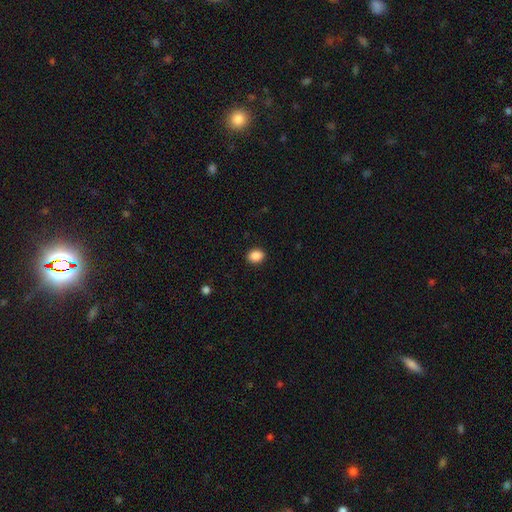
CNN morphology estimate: smooth-or-featured: smooth: 89% | star or artifact: 9% | featured or disk: 3%
  how-rounded: in between: 58% | round: 42% | cigar-shaped: 1%
  merging: none: 90% | minor disturbance: 7% | major disturbance: 2% | merger: 1%